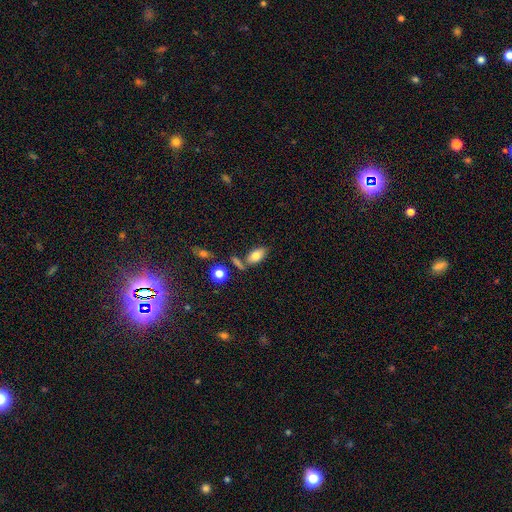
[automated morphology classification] smooth-or-featured: smooth: 75% | featured or disk: 17% | star or artifact: 8%
  how-rounded: in between: 89% | cigar-shaped: 6% | round: 5%
  merging: none: 66% | minor disturbance: 16% | merger: 14% | major disturbance: 5%